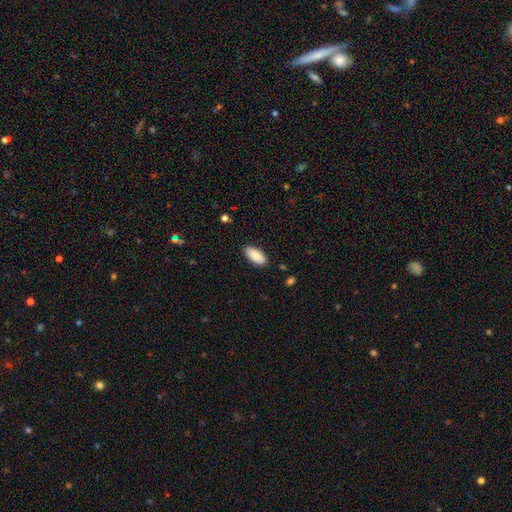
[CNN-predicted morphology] Smooth or featured? Predicted: smooth (p=0.88). How rounded? Predicted: in between (p=0.90). Merging? Predicted: none (p=0.87).